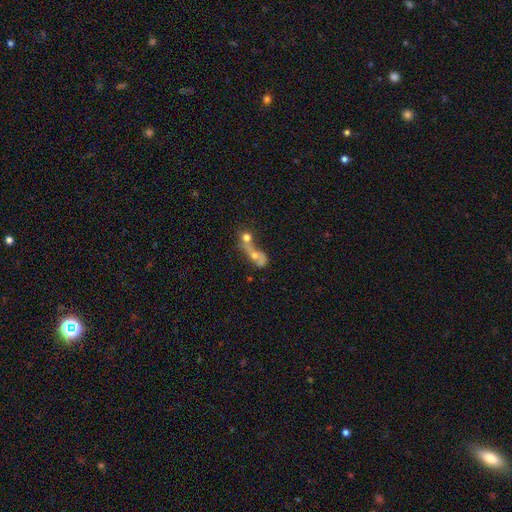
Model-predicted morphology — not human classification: Smooth or featured: smooth — 51% (featured or disk — 35%)
How rounded: in between — 46% (round — 41%)
Merging: merger — 68% (none — 13%)